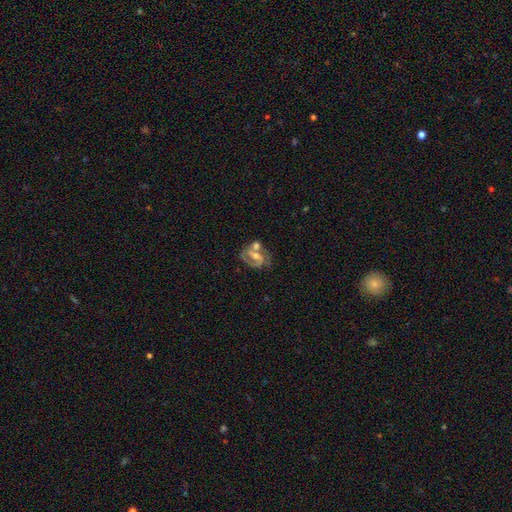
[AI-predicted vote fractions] Smooth or featured? Predicted: featured or disk (p=0.78). Edge-on disk? Predicted: no (p=0.97). Bar? Predicted: weak (p=0.44). Spiral arms? Predicted: yes (p=0.89). Spiral winding? Predicted: medium (p=0.50). Spiral arm count? Predicted: 2 (p=0.75). Bulge size? Predicted: moderate (p=0.51). Merging? Predicted: none (p=0.43).